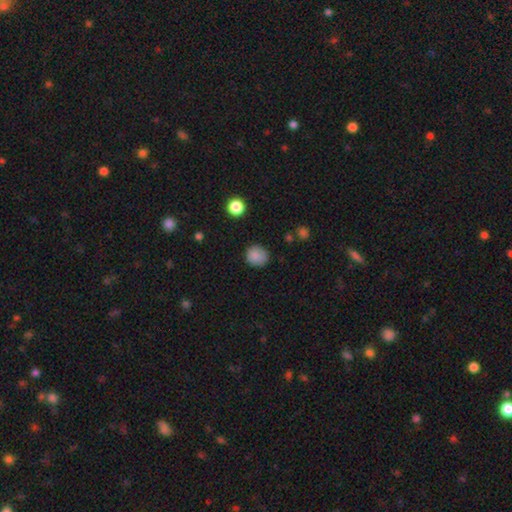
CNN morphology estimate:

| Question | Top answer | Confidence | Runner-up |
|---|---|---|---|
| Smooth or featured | smooth | 86% | star or artifact (10%) |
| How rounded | round | 88% | in between (11%) |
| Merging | none | 84% | minor disturbance (12%) |